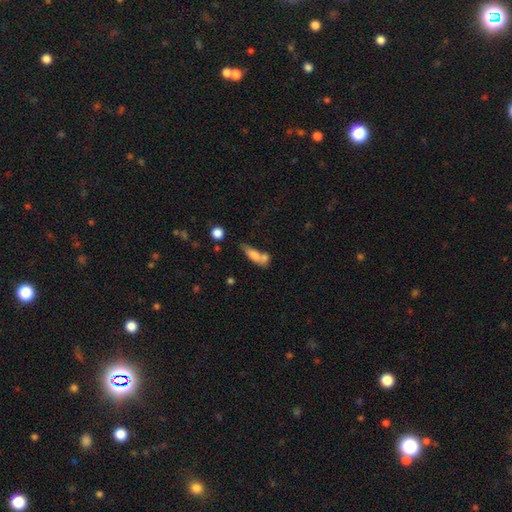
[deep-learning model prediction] smooth 71%, featured or disk 20%, star or artifact 9%. Down the decision tree: how rounded — in between (53%); merging — merger (43%).